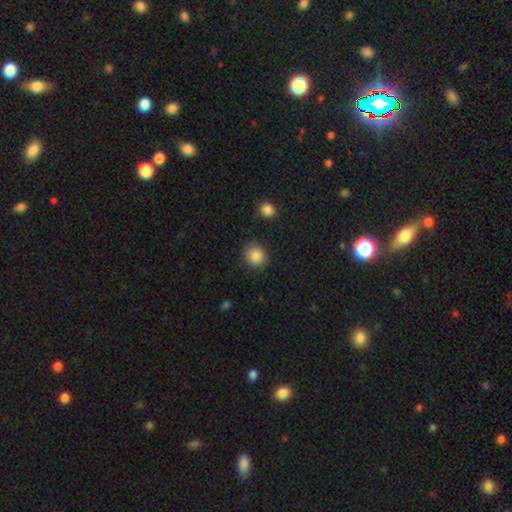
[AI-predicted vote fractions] A smooth galaxy with no disk features (88%) that is round (80%). Merging: none (84%).